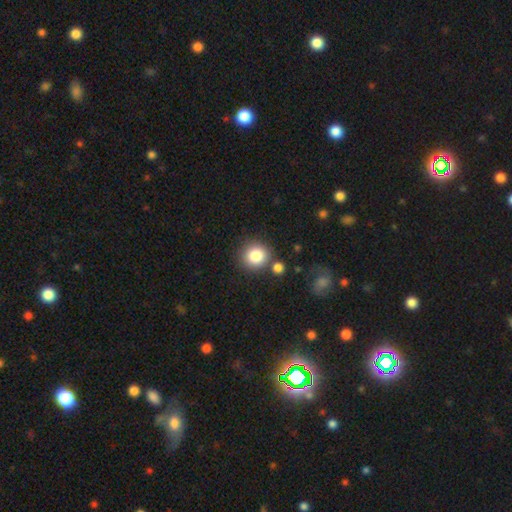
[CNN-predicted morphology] Smooth or featured? Predicted: smooth (p=0.83). How rounded? Predicted: round (p=0.90). Merging? Predicted: none (p=0.78).